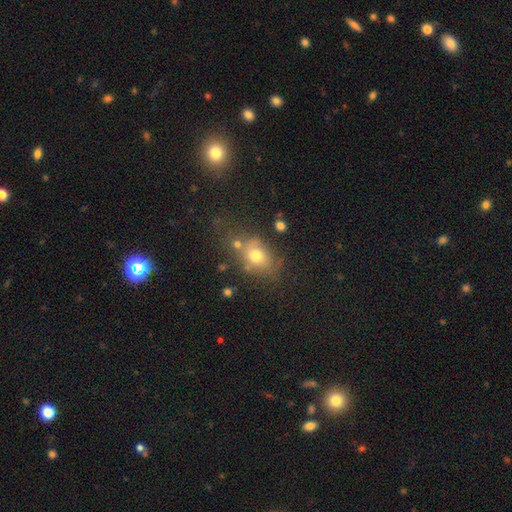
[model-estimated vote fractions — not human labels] Smooth or featured?
  - smooth: 69% *
  - featured or disk: 17%
  - star or artifact: 14%
How rounded?
  - in between: 62% *
  - round: 36%
  - cigar-shaped: 2%
Merging?
  - none: 52% *
  - minor disturbance: 22%
  - merger: 13%
  - major disturbance: 13%